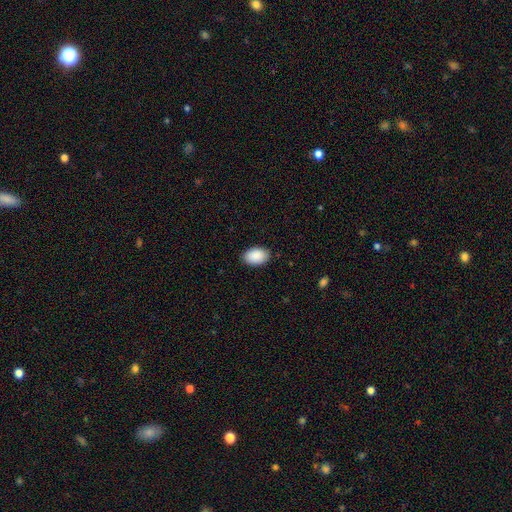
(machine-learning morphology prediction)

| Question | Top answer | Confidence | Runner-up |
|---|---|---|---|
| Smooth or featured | smooth | 91% | star or artifact (6%) |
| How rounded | in between | 92% | round (7%) |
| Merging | none | 89% | minor disturbance (9%) |